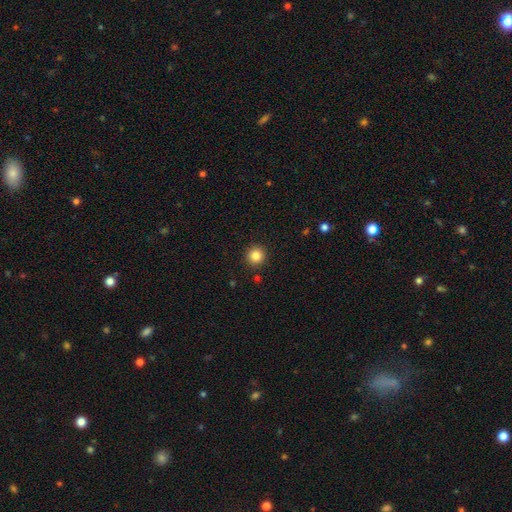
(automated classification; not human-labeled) Smooth or featured: smooth — 85% (star or artifact — 11%)
How rounded: round — 95% (in between — 4%)
Merging: none — 92% (minor disturbance — 5%)